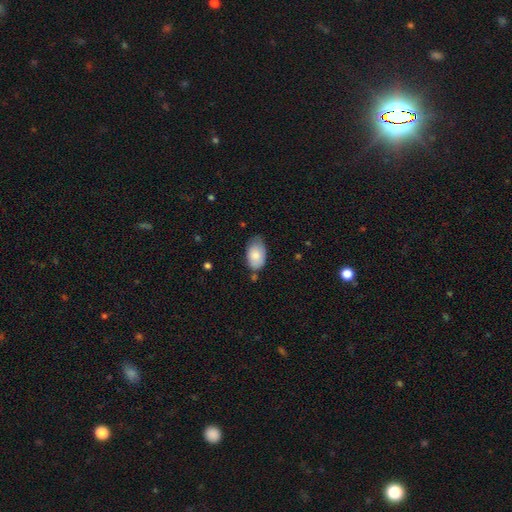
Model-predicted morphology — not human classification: Q: Smooth or featured?
A: smooth (82%); runner-up: featured or disk (12%)
Q: How rounded?
A: in between (93%); runner-up: round (6%)
Q: Merging?
A: none (58%); runner-up: minor disturbance (33%)